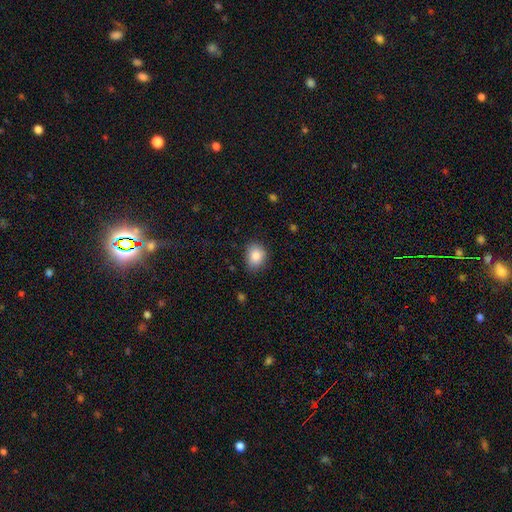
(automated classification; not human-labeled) The model was most divided on "how rounded": round: 52%, in between: 47%, cigar-shaped: 1%. More confident: smooth or featured — smooth (85%); merging — none (80%).